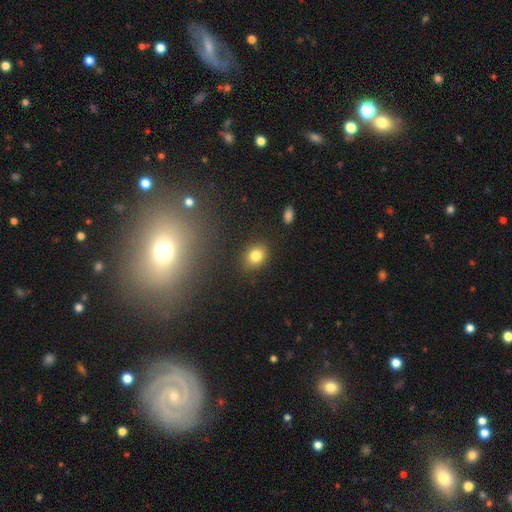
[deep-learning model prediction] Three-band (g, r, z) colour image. It shows a smooth galaxy with no disk features (82%) that is in between round and cigar-shaped (51%). Merging: none (85%).